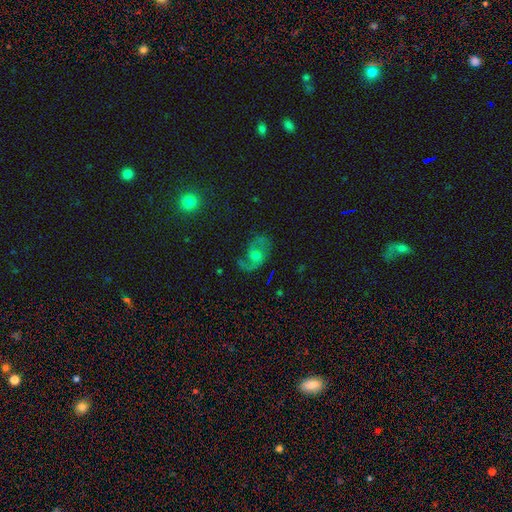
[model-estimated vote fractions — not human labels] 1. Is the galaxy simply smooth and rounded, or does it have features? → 73% featured or disk, 15% smooth, 12% star or artifact.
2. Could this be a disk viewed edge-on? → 97% no, 3% yes.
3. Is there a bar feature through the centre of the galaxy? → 67% no, 28% weak, 5% strong.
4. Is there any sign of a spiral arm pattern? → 90% yes, 10% no.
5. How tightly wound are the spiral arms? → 46% medium, 35% loose, 18% tight.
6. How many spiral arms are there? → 73% 2, 14% 1, 8% can't tell, 2% 3, 1% 4, 1% more than 4.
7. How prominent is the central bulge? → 56% moderate, 36% small, 4% large, 3% none, 1% dominant.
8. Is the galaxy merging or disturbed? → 63% none, 19% minor disturbance, 16% major disturbance, 2% merger.